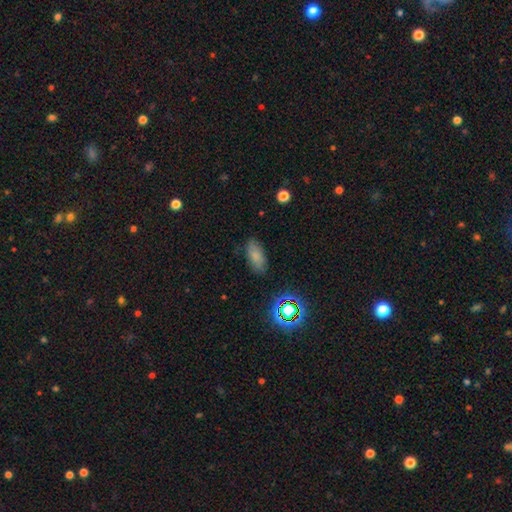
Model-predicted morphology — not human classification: The model was most divided on "smooth or featured": smooth: 77%, star or artifact: 14%, featured or disk: 9%. More confident: how rounded — in between (87%); merging — none (83%).